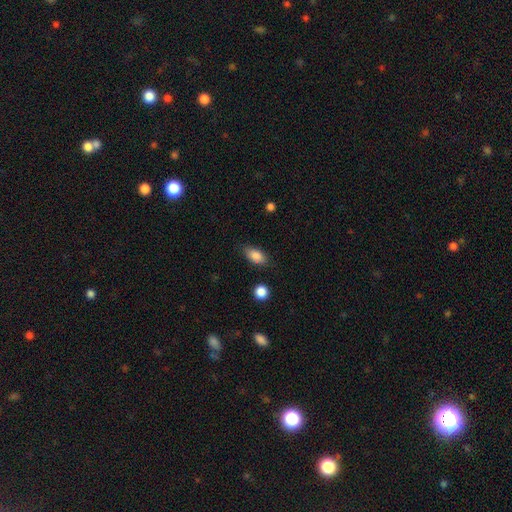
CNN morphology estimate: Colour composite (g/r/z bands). It shows a smooth galaxy with no disk features (85%) that is in between round and cigar-shaped (88%). Merging: none (81%).